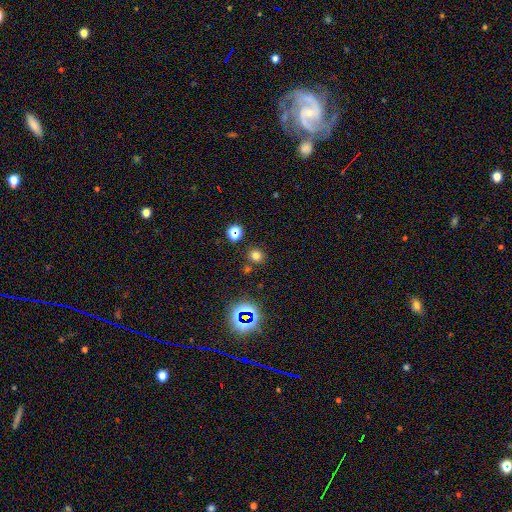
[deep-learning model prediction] Smooth or featured? smooth (67%)
How rounded? round (87%)
Merging? none (83%)